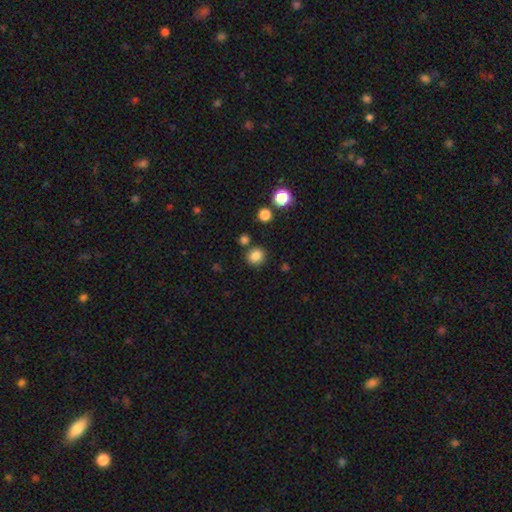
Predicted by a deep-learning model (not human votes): smooth 83%, star or artifact 12%, featured or disk 4%. Down the decision tree: how rounded — round (82%); merging — none (82%).